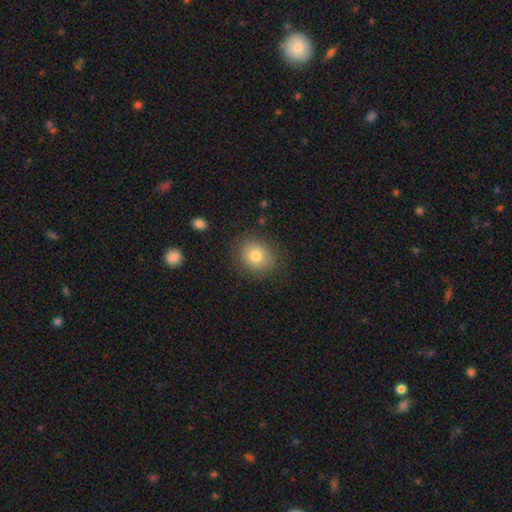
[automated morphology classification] Smooth or featured: smooth — 79% (featured or disk — 11%)
How rounded: round — 73% (in between — 26%)
Merging: none — 84% (minor disturbance — 11%)